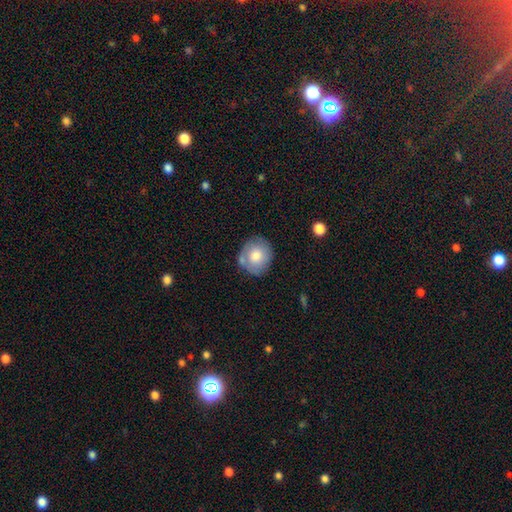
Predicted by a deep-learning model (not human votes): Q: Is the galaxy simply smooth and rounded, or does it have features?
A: smooth — 74%.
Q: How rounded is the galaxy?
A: round — 82%.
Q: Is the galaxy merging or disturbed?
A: none — 71%.